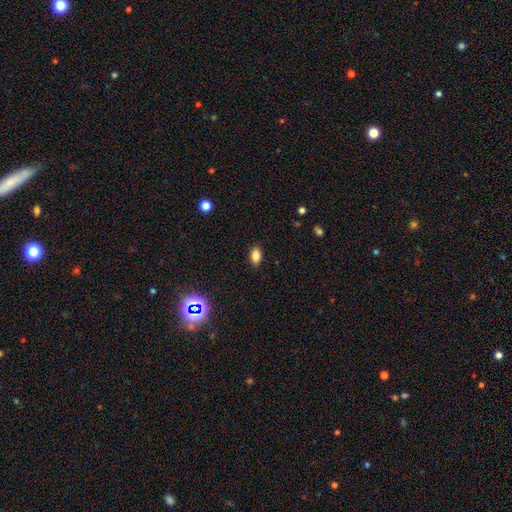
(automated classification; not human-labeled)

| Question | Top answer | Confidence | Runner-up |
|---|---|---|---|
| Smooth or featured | smooth | 83% | star or artifact (12%) |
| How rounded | in between | 88% | round (9%) |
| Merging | none | 88% | minor disturbance (9%) |